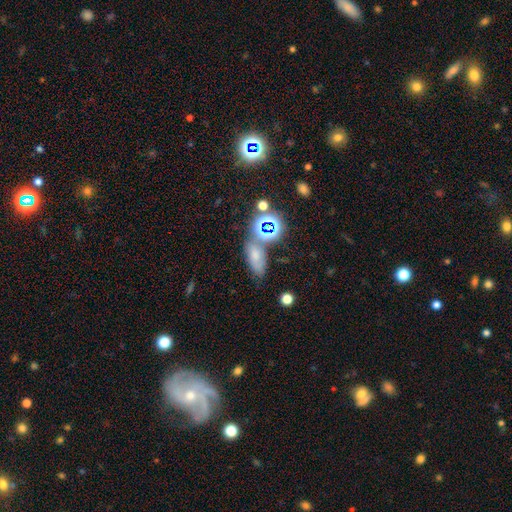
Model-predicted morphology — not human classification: Smooth or featured: smooth — 61% (star or artifact — 26%)
How rounded: in between — 78% (round — 13%)
Merging: none — 56% (minor disturbance — 18%)